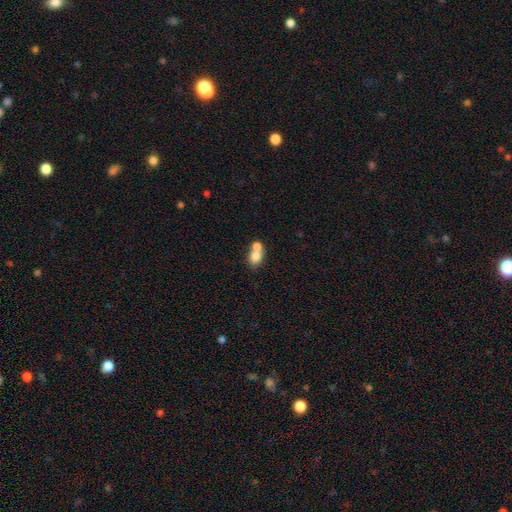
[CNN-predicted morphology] This is likely a smooth galaxy (77%). How rounded: possibly in between (60%). Merging: likely merger (61%).